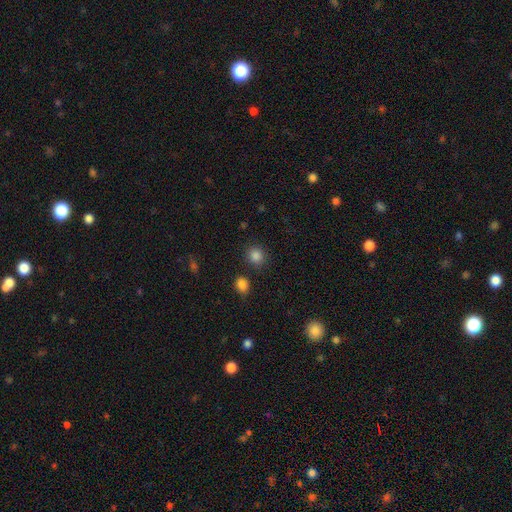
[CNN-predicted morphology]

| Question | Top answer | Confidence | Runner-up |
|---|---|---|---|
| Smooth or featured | smooth | 86% | star or artifact (11%) |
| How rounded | round | 84% | in between (15%) |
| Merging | none | 85% | minor disturbance (8%) |